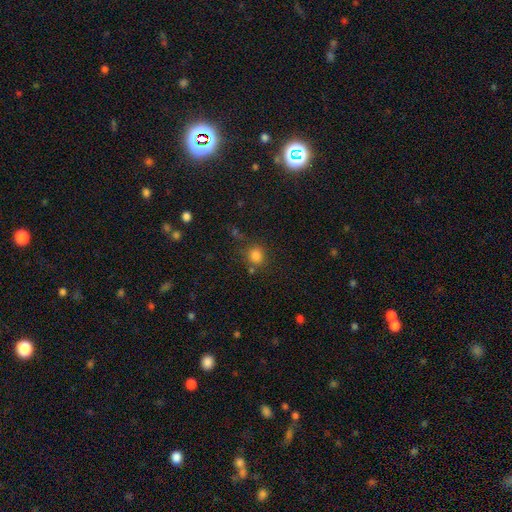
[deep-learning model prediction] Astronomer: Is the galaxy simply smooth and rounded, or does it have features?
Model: smooth — 82%.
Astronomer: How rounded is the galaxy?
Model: round — 81%.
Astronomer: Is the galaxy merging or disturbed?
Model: none — 73%.